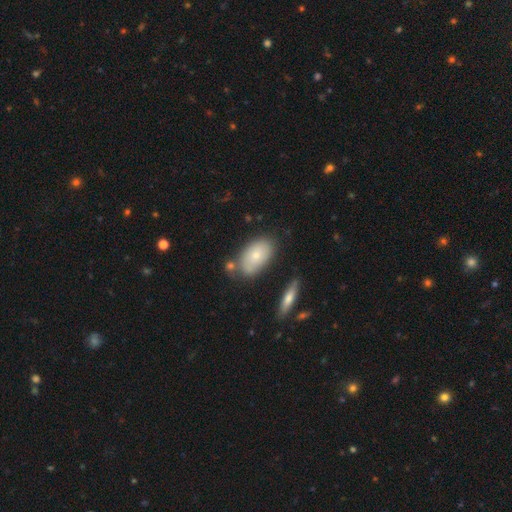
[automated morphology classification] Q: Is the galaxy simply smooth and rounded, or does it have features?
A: smooth — 70%.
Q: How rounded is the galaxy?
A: in between — 91%.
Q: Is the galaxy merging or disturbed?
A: none — 68%.